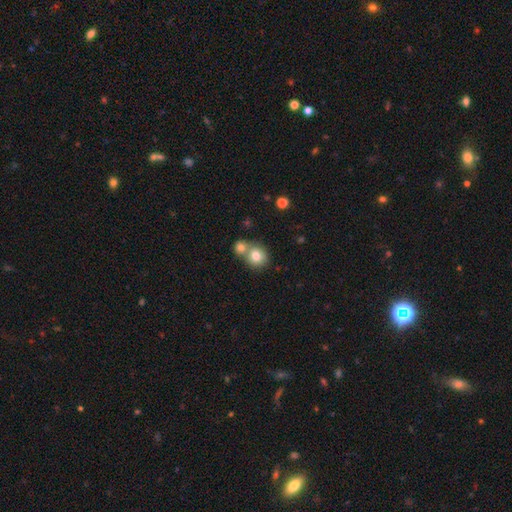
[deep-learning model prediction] This appears to be a smooth galaxy with no disk features (79%) that is round (83%). Merging: merger (48%).